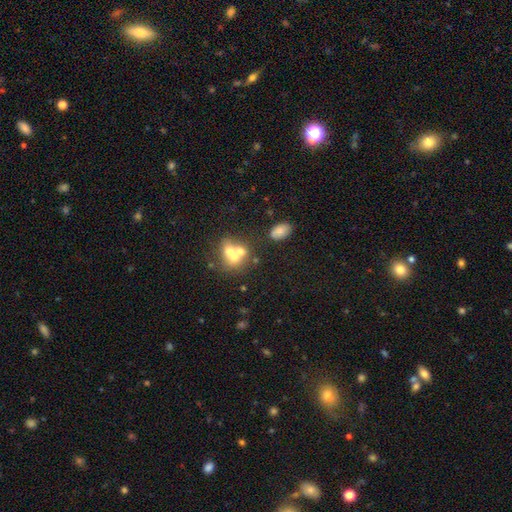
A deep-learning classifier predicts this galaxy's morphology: smooth-or-featured: smooth: 52% | star or artifact: 40% | featured or disk: 7%
  how-rounded: round: 84% | in between: 14% | cigar-shaped: 2%
  merging: none: 73% | merger: 12% | minor disturbance: 9% | major disturbance: 5%